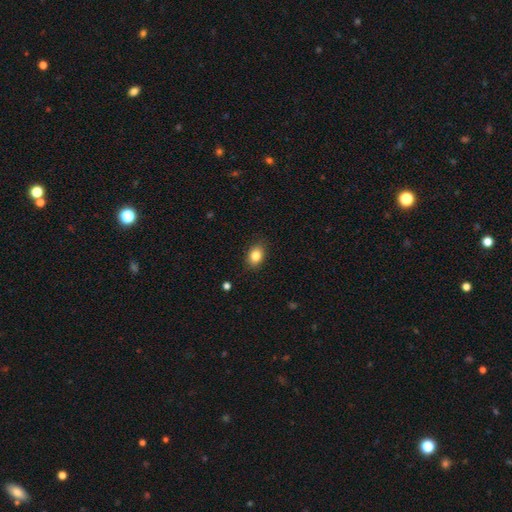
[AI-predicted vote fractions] smooth_or_featured: smooth (p=0.84) [alt: star or artifact p=0.09]
how_rounded: in between (p=0.69) [alt: round p=0.30]
merging: none (p=0.86) [alt: minor disturbance p=0.11]